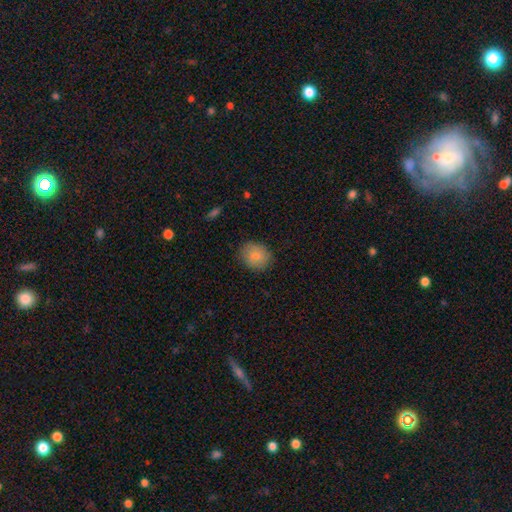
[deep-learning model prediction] A smooth galaxy with no disk features (84%) that is round (65%).

Vote fractions:
- Smooth or featured? smooth: 84% / featured or disk: 8% / star or artifact: 7%
- How rounded? round: 65% / in between: 34% / cigar-shaped: 1%
- Merging? none: 83% / minor disturbance: 13% / major disturbance: 3% / merger: 1%